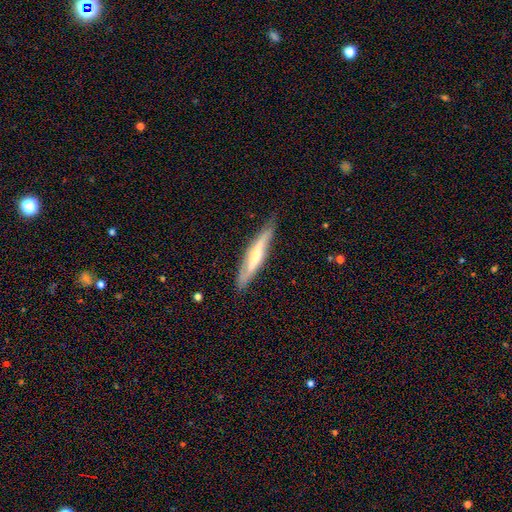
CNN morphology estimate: type=featured or disk (58%); edge-on=yes (70%); merging=none (79%).